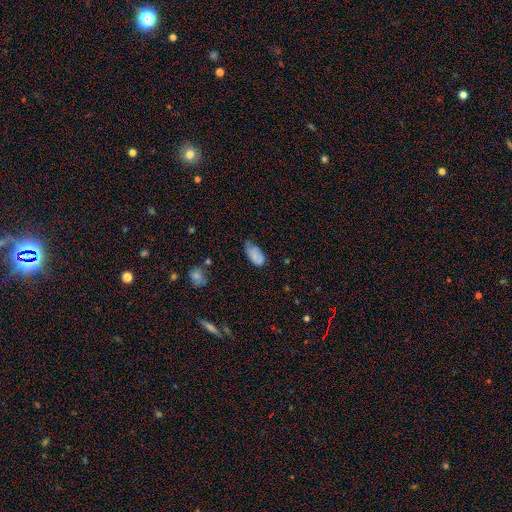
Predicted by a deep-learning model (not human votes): Smooth or featured: smooth — 76% (featured or disk — 15%)
How rounded: in between — 93% (round — 4%)
Merging: minor disturbance — 44% (none — 37%)